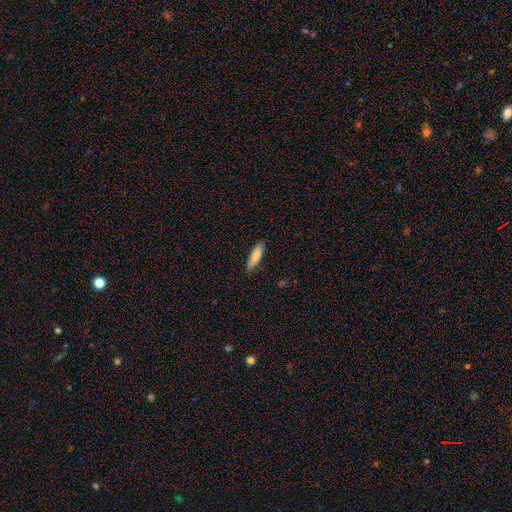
Volunteers were most divided on "how rounded": cigar-shaped: 70%, in between: 30%, round: 0%. More confident: merging — none (88%); smooth or featured — smooth (83%).